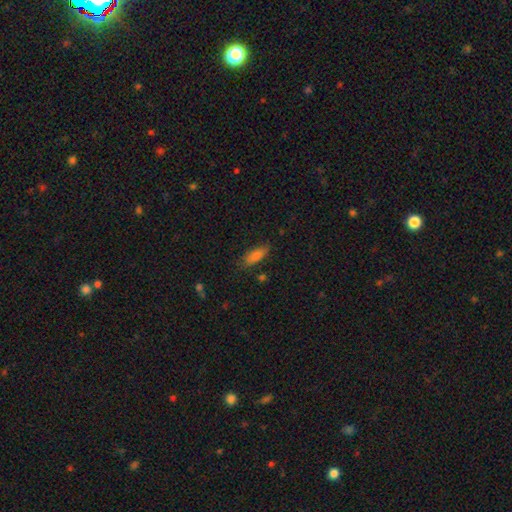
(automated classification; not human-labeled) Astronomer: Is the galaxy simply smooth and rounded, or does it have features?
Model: smooth — 78%.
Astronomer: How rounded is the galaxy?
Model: in between — 67%.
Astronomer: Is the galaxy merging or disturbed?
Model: none — 77%.